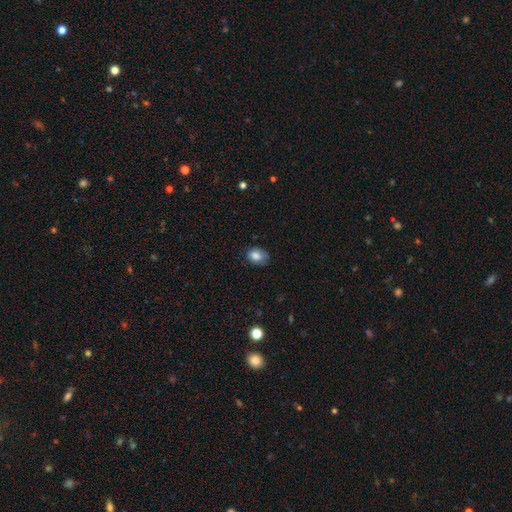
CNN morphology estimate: Q: Smooth or featured?
A: smooth (82%); runner-up: featured or disk (9%)
Q: How rounded?
A: in between (65%); runner-up: round (34%)
Q: Merging?
A: none (72%); runner-up: minor disturbance (22%)